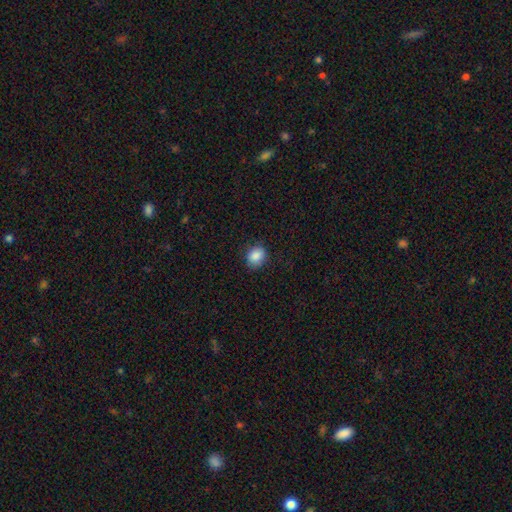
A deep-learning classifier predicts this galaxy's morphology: type=smooth (87%); roundness=round (56%); merging=none (83%).